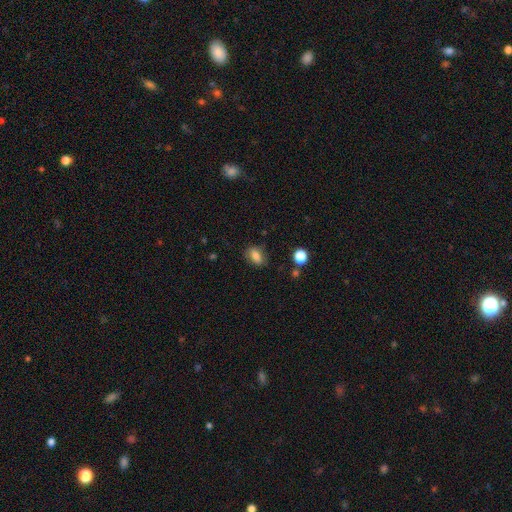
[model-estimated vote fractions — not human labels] Overall: smooth (80%). How rounded: in between (81%). Merging: none (74%).